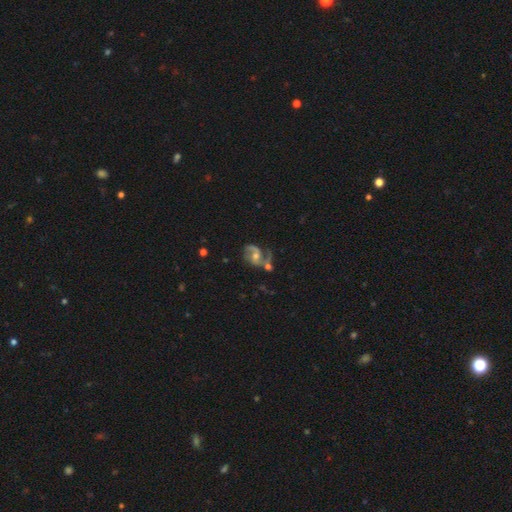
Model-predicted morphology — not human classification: Smooth or featured: featured or disk — 82% (smooth — 10%)
Edge-on disk: no — 98% (yes — 2%)
Bar: no — 47% (weak — 41%)
Spiral arms: yes — 94% (no — 6%)
Spiral winding: medium — 53% (loose — 30%)
Spiral arm count: 2 — 79% (1 — 14%)
Bulge size: moderate — 58% (small — 32%)
Merging: none — 43% (merger — 23%)